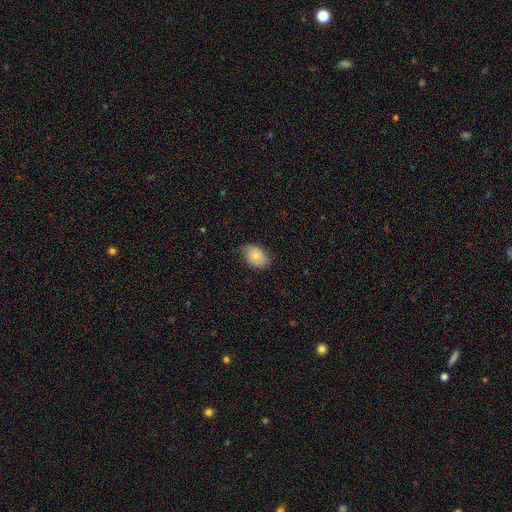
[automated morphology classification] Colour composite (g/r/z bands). It shows a smooth galaxy with no disk features (76%) that is in between round and cigar-shaped (82%). Merging: none (72%).